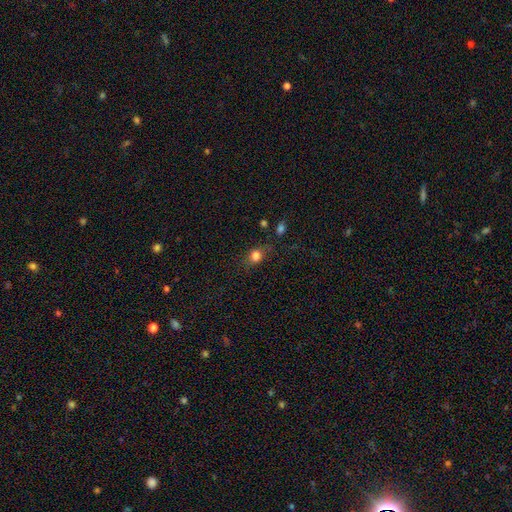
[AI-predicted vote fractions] Overall: smooth (78%). How rounded: in between (50%; round 47%). Merging: none (74%).